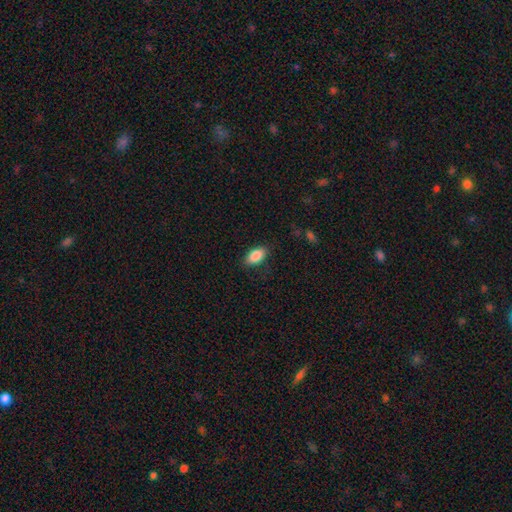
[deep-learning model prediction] Smooth or featured? Predicted: smooth (p=0.87). How rounded? Predicted: in between (p=0.92). Merging? Predicted: none (p=0.83).